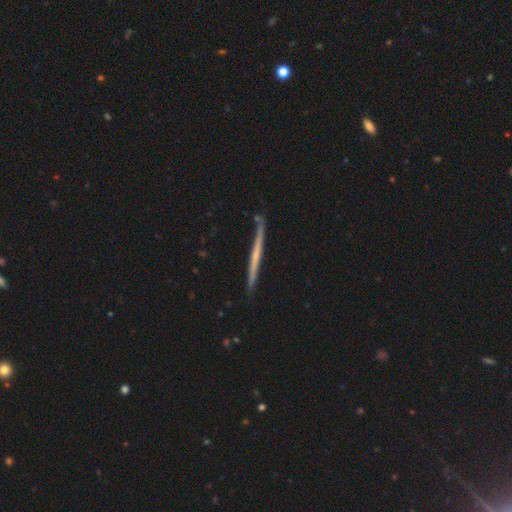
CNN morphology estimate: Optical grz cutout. It shows a featured or disk galaxy (62%) viewed edge-on (97%) with no central bulge (77%). Merging: none (83%).